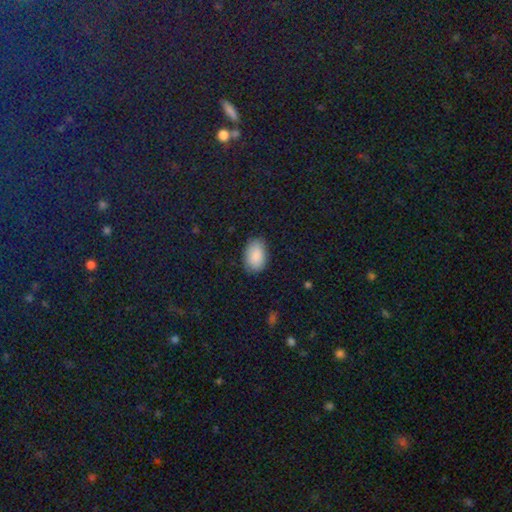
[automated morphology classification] Overall: smooth (89%). How rounded: in between (92%). Merging: none (83%).